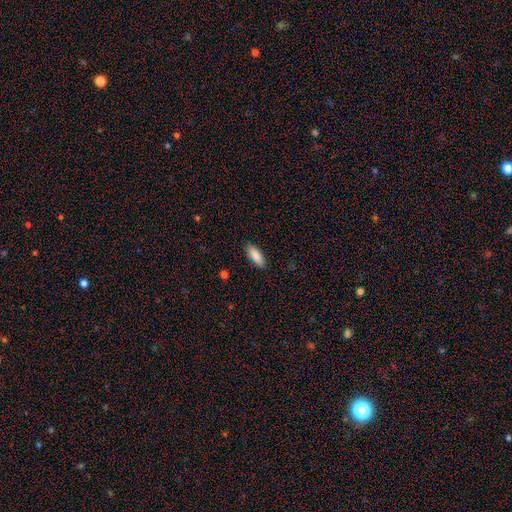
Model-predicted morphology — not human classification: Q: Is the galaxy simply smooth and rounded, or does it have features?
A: smooth — 87%.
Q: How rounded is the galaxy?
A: in between — 73%.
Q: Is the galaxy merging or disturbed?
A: none — 89%.